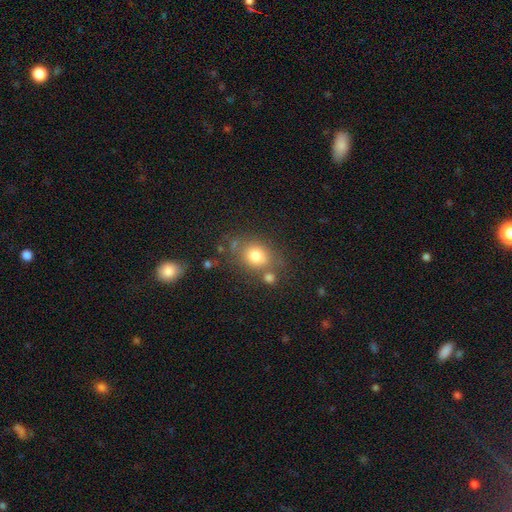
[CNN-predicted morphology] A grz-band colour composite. It shows a smooth galaxy with no disk features (77%) that is round (58%). Merging: none (63%).